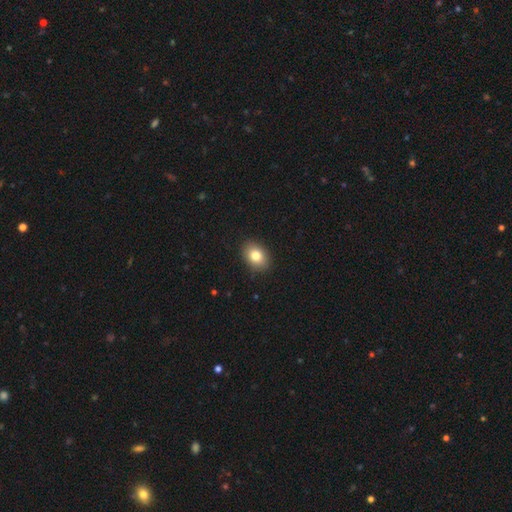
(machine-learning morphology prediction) Smooth or featured? Predicted: smooth (p=0.81). How rounded? Predicted: in between (p=0.73). Merging? Predicted: none (p=0.89).